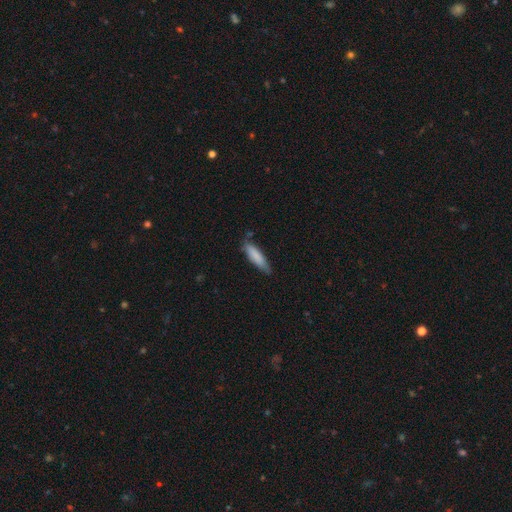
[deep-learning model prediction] Overall: smooth (83%). How rounded: cigar-shaped (68%; in between 31%). Merging: none (69%).